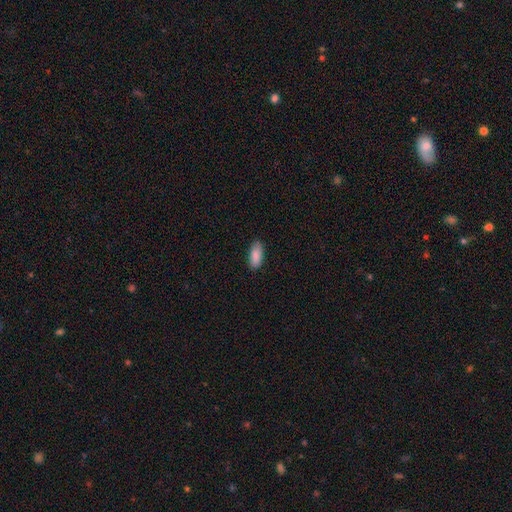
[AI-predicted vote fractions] This appears to be a smooth galaxy with no disk features (88%) that is in between round and cigar-shaped (81%). Merging: none (86%).